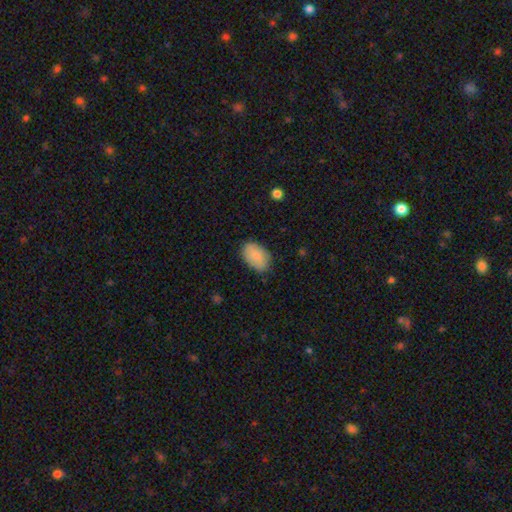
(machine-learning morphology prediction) A smooth galaxy with no disk features (83%) that is in between round and cigar-shaped (90%). Merging: none (80%).